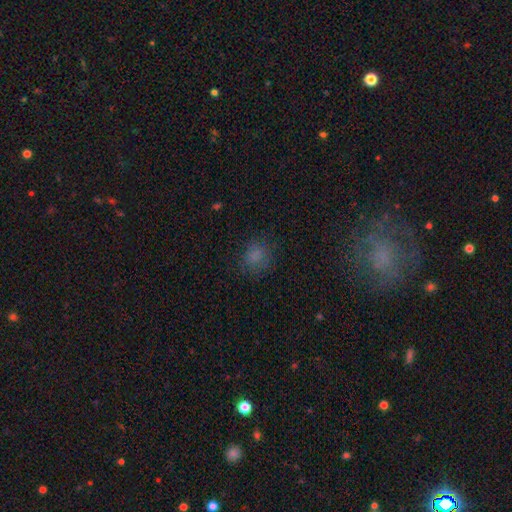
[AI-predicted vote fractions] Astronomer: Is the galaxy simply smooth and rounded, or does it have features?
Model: smooth — 77%.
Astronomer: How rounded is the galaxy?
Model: round — 77%.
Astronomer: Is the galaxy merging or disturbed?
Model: none — 79%.